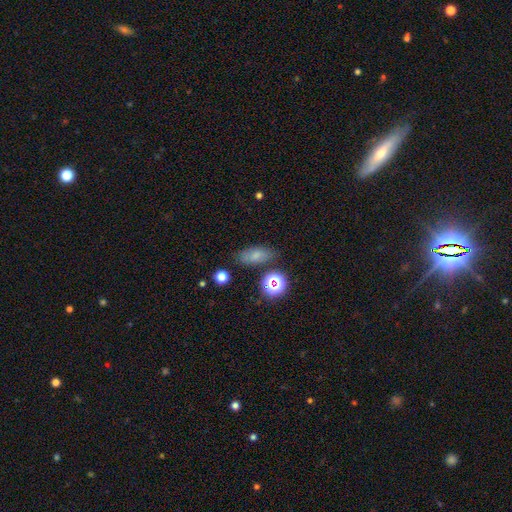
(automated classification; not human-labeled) A smooth galaxy with no disk features (71%) that is in between round and cigar-shaped (79%).

Vote fractions:
- Smooth or featured? smooth: 71% / star or artifact: 17% / featured or disk: 12%
- How rounded? in between: 79% / round: 12% / cigar-shaped: 9%
- Merging? none: 77% / minor disturbance: 14% / merger: 5% / major disturbance: 5%